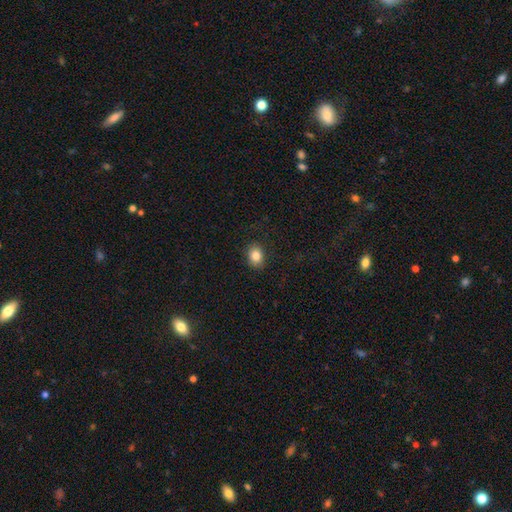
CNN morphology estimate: smooth_or_featured: smooth (p=0.83) [alt: star or artifact p=0.10]
how_rounded: in between (p=0.53) [alt: round p=0.46]
merging: none (p=0.88) [alt: minor disturbance p=0.08]